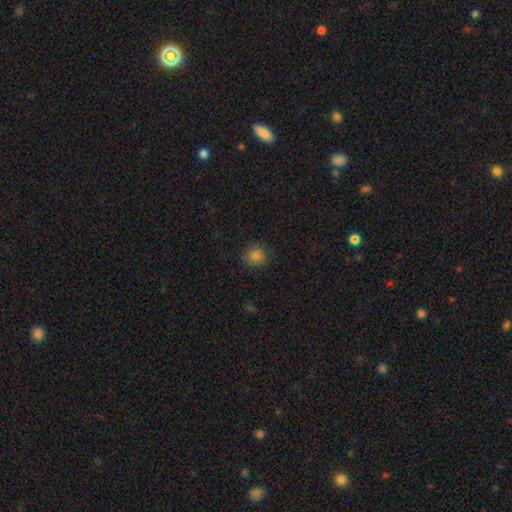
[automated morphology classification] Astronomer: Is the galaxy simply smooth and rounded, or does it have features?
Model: smooth — 82%.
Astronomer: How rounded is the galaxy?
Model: round — 90%.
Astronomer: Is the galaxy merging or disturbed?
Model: none — 87%.